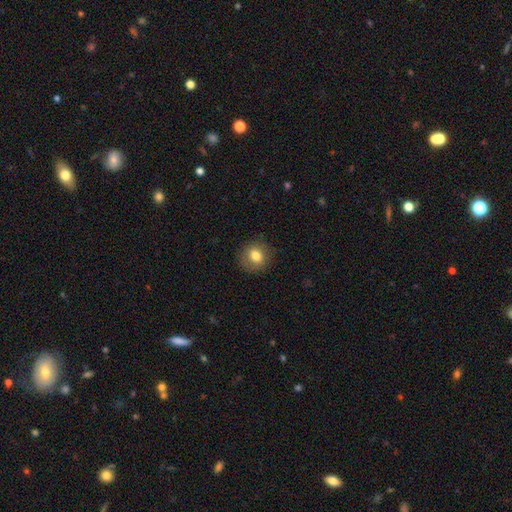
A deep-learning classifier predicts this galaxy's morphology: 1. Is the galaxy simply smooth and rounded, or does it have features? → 78% smooth, 12% featured or disk, 9% star or artifact.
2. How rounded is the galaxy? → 79% round, 20% in between, 1% cigar-shaped.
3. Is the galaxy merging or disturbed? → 86% none, 10% minor disturbance, 3% major disturbance, 1% merger.